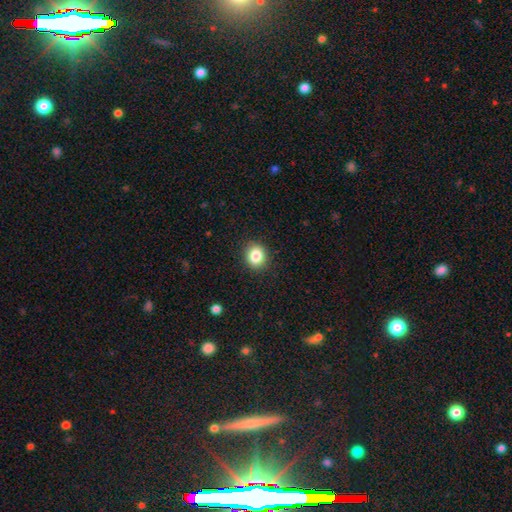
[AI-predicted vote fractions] Smooth or featured? Predicted: smooth (p=0.85). How rounded? Predicted: round (p=0.70). Merging? Predicted: none (p=0.89).